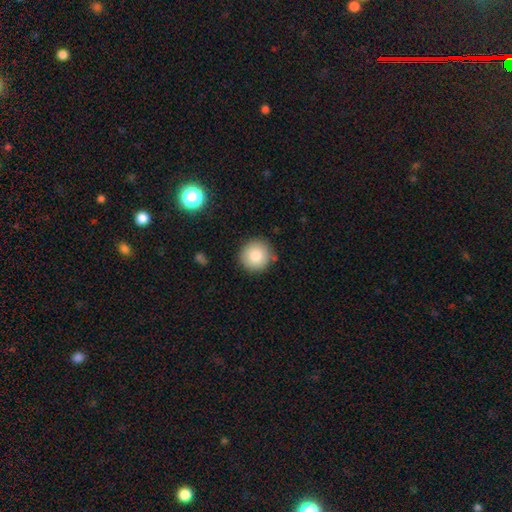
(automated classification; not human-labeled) Smooth or featured: smooth — 82% (star or artifact — 9%)
How rounded: round — 95% (in between — 4%)
Merging: none — 86% (minor disturbance — 9%)